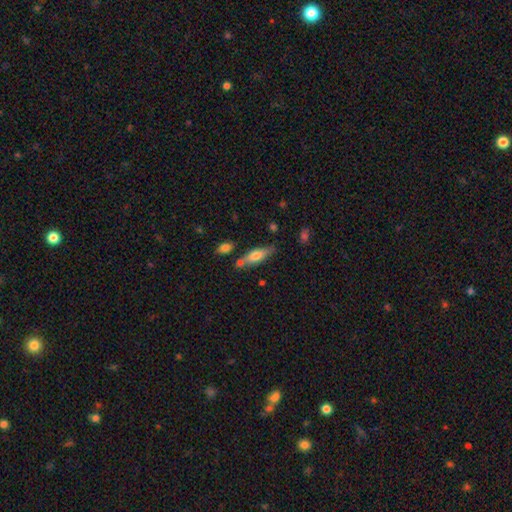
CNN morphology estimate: This appears to be a smooth galaxy with no disk features (61%) that is in between round and cigar-shaped (52%). Merging: none (68%).